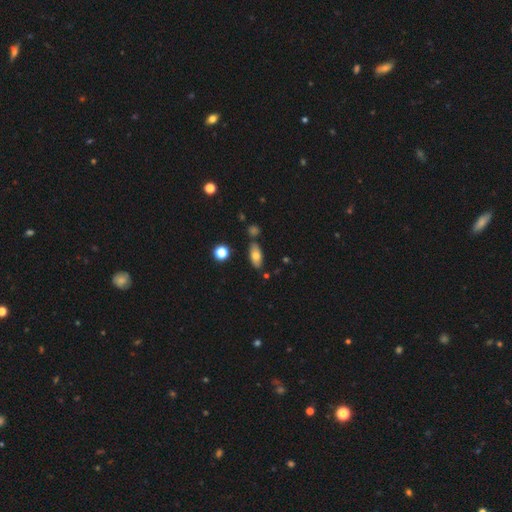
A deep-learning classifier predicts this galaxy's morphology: Smooth or featured: smooth — 73% (featured or disk — 18%)
How rounded: in between — 85% (cigar-shaped — 11%)
Merging: none — 78% (minor disturbance — 12%)